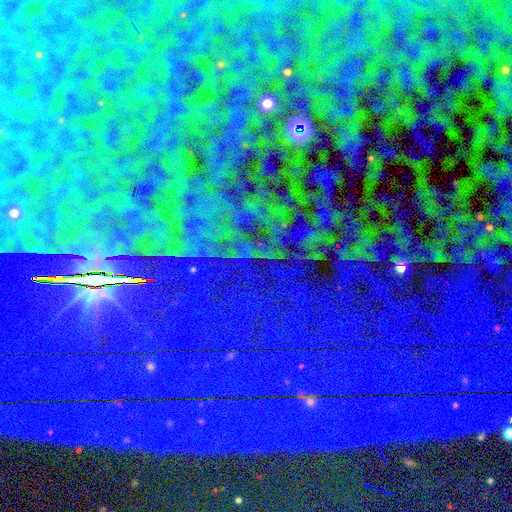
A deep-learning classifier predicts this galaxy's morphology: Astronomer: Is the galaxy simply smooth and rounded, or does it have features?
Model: star or artifact — 84%.